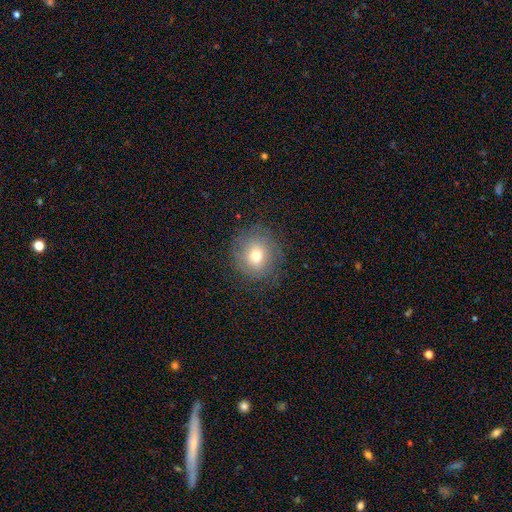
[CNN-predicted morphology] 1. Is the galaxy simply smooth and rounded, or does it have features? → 57% smooth, 31% featured or disk, 12% star or artifact.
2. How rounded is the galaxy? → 82% round, 17% in between, 1% cigar-shaped.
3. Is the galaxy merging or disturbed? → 77% none, 14% minor disturbance, 8% major disturbance, 1% merger.